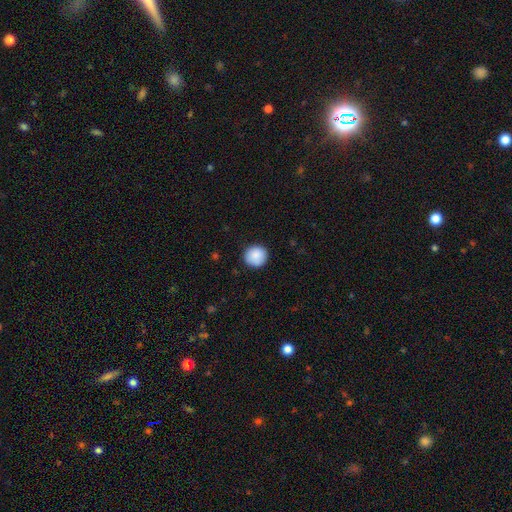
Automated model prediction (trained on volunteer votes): Q: Smooth or featured?
A: smooth (88%); runner-up: star or artifact (8%)
Q: How rounded?
A: round (94%); runner-up: in between (5%)
Q: Merging?
A: none (88%); runner-up: minor disturbance (9%)